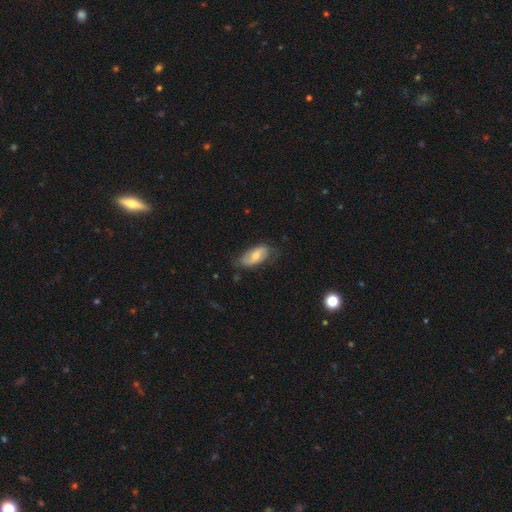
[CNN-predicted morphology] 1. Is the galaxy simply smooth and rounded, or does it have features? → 52% smooth, 41% featured or disk, 6% star or artifact.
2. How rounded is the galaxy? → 89% in between, 8% cigar-shaped, 3% round.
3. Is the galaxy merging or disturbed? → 63% none, 28% minor disturbance, 8% major disturbance, 1% merger.